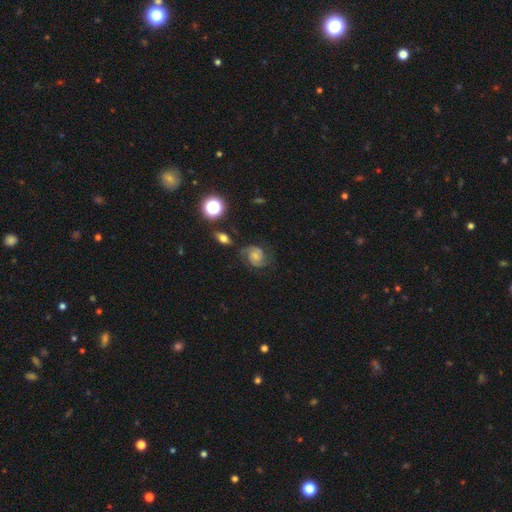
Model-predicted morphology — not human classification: This is likely a featured or disk galaxy (74%). It is clearly not viewed edge-on (98%). Bar: likely no (69%). Spiral arm pattern: clearly yes (95%). Spiral arm count: clearly 2 (85%). Spiral winding: possibly medium (49%). Central bulge: possibly small (48%). Merging: likely none (68%).